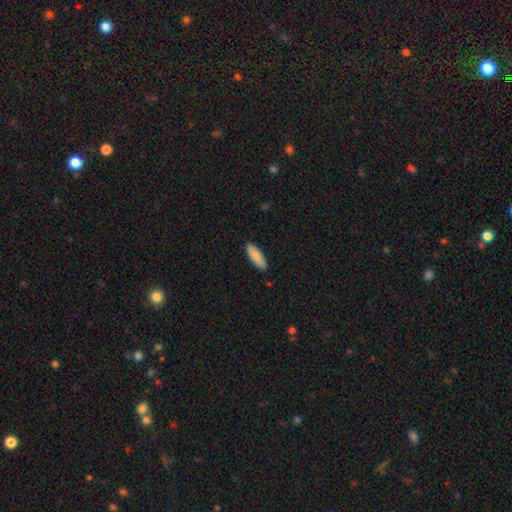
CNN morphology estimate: smooth-or-featured: smooth: 86% | featured or disk: 8% | star or artifact: 5%
  how-rounded: in between: 59% | cigar-shaped: 40% | round: 2%
  merging: none: 88% | minor disturbance: 9% | major disturbance: 2% | merger: 1%